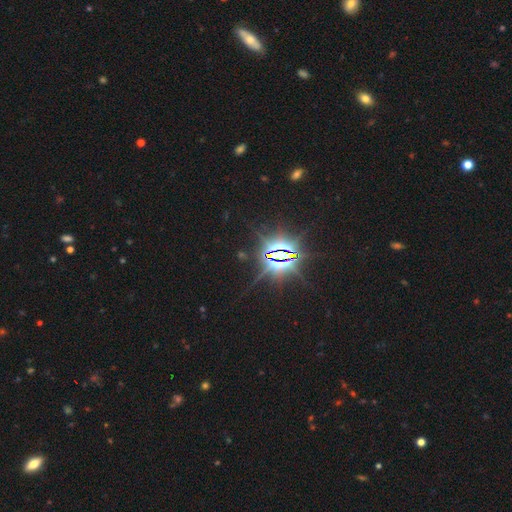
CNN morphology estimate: Overall: star or artifact (86%).